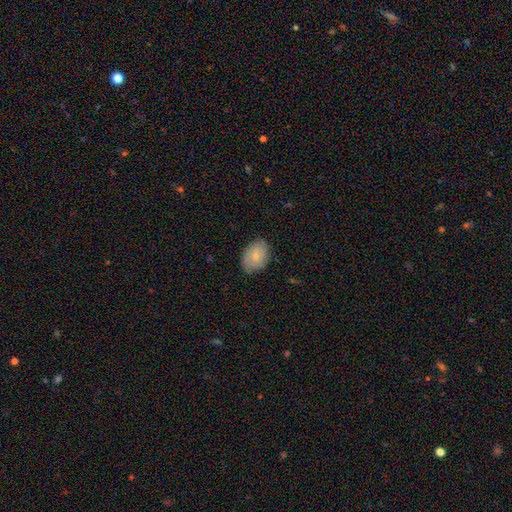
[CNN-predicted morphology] Smooth or featured: smooth — 73% (featured or disk — 21%)
How rounded: in between — 78% (round — 21%)
Merging: none — 74% (minor disturbance — 21%)